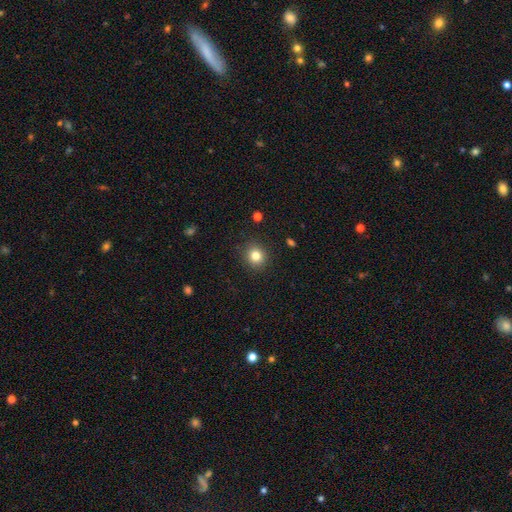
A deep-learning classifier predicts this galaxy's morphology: Smooth or featured? Predicted: smooth (p=0.81). How rounded? Predicted: round (p=0.86). Merging? Predicted: none (p=0.90).